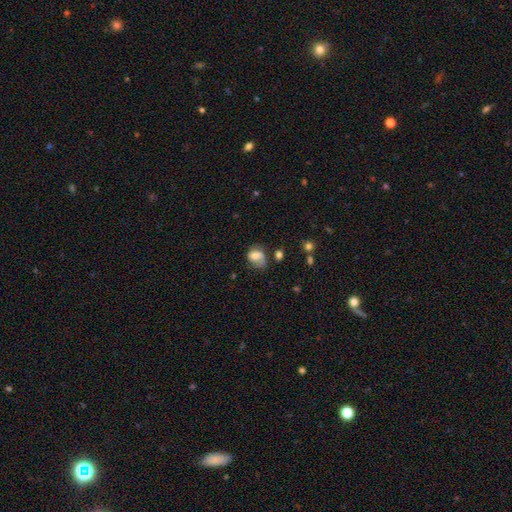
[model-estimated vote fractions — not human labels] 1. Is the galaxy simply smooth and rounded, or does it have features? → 56% smooth, 33% featured or disk, 10% star or artifact.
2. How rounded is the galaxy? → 57% in between, 42% round, 1% cigar-shaped.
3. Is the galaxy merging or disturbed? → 43% none, 31% minor disturbance, 20% major disturbance, 6% merger.